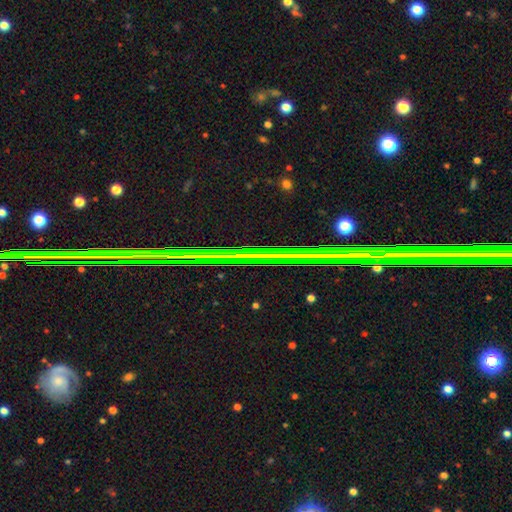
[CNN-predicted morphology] This appears to be a star or artifact, not a galaxy (78%).